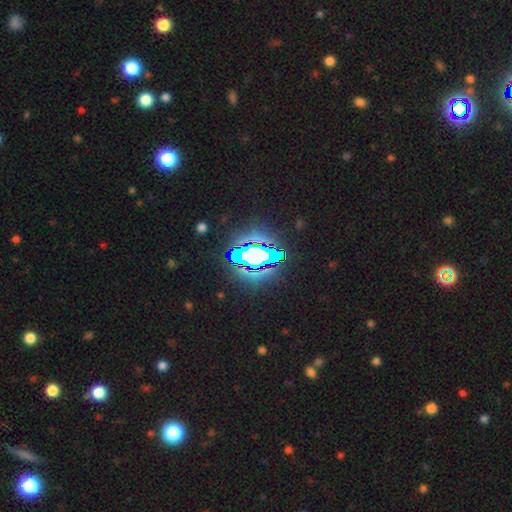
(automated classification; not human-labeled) A star or artifact, not a galaxy (83%).